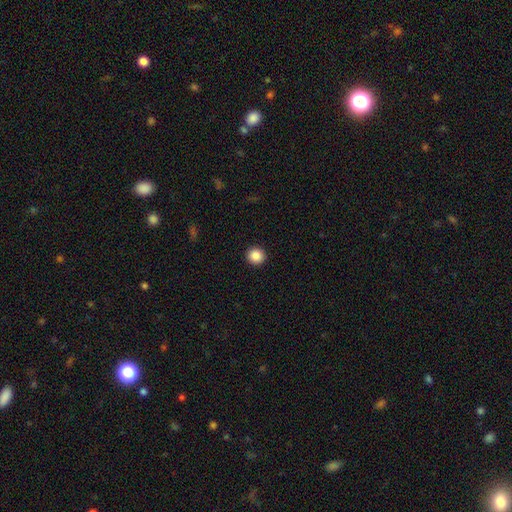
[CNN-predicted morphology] Smooth or featured: smooth — 87% (star or artifact — 9%)
How rounded: round — 93% (in between — 6%)
Merging: none — 93% (minor disturbance — 4%)